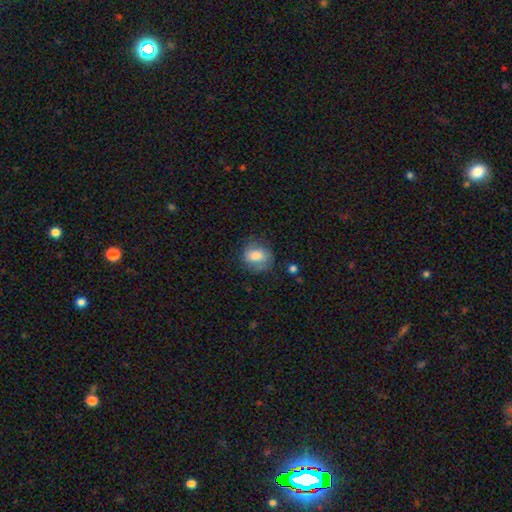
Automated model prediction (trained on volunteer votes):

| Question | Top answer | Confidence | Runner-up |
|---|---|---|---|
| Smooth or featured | smooth | 76% | featured or disk (16%) |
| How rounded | round | 52% | in between (47%) |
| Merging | none | 66% | minor disturbance (23%) |